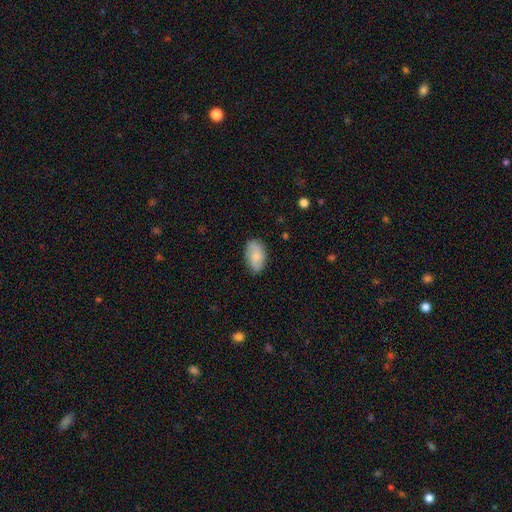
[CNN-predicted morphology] type=smooth (73%); roundness=in between (92%); merging=none (73%).